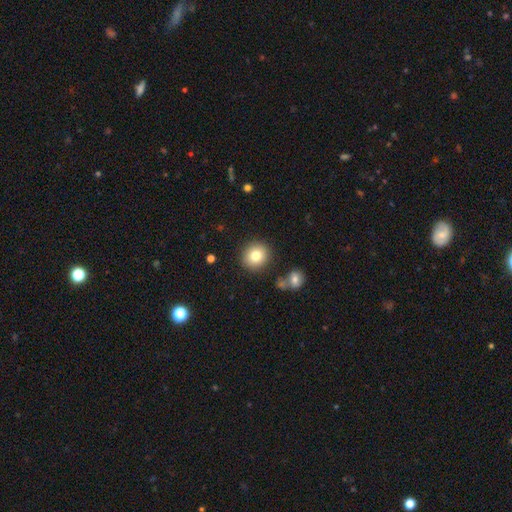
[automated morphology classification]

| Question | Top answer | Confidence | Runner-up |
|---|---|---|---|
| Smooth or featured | smooth | 80% | star or artifact (10%) |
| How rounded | round | 89% | in between (10%) |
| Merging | none | 87% | minor disturbance (7%) |